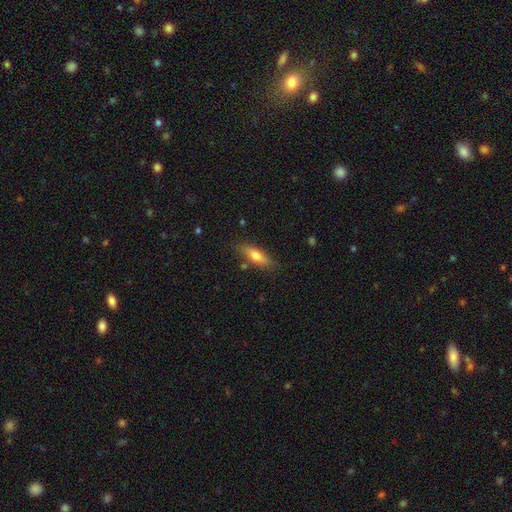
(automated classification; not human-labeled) Smooth or featured? smooth (69%)
How rounded? in between (54%)
Merging? none (81%)